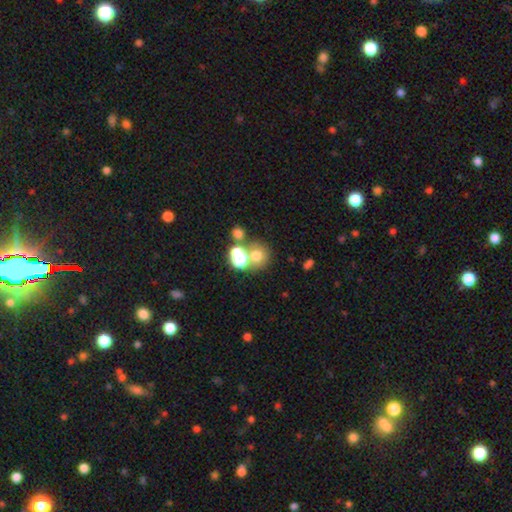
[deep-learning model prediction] Smooth or featured? Predicted: smooth (p=0.63). How rounded? Predicted: round (p=0.79). Merging? Predicted: none (p=0.43).